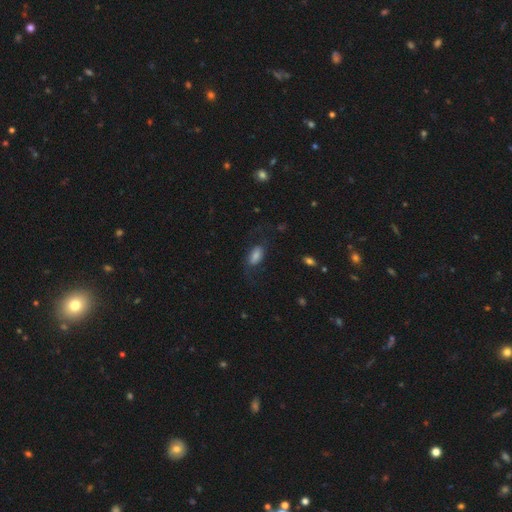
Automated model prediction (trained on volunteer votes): A smooth galaxy with no disk features (68%) that is in between round and cigar-shaped (90%).

Vote fractions:
- Smooth or featured? smooth: 68% / featured or disk: 23% / star or artifact: 9%
- How rounded? in between: 90% / round: 5% / cigar-shaped: 5%
- Merging? none: 57% / major disturbance: 21% / minor disturbance: 20% / merger: 2%